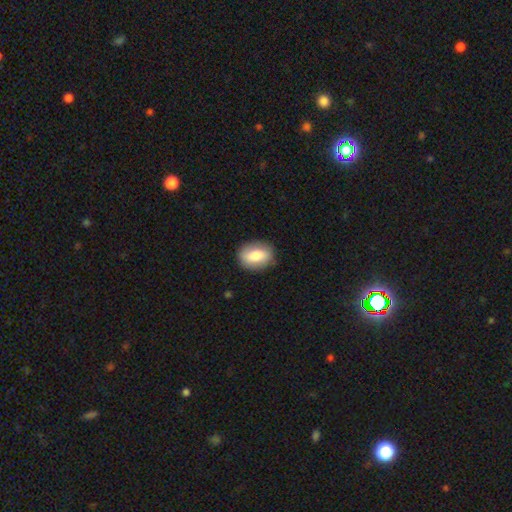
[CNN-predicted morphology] This is likely a smooth galaxy (75%). How rounded: likely in between (73%). Merging: clearly none (85%).